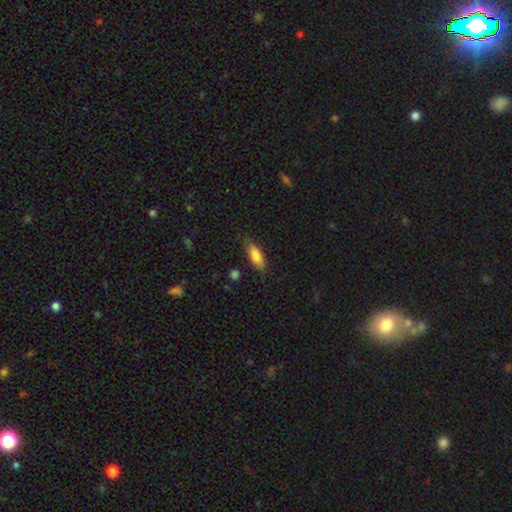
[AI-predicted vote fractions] This is clearly a smooth galaxy (84%). How rounded: likely in between (72%). Merging: likely none (77%).